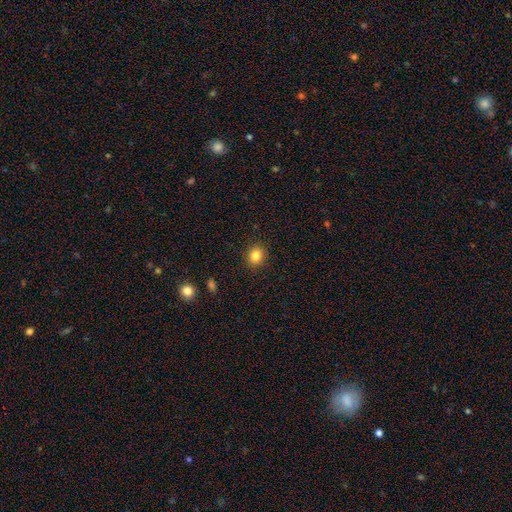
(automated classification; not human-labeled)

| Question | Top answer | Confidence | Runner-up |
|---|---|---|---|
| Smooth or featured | smooth | 83% | star or artifact (11%) |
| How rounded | round | 69% | in between (30%) |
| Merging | none | 90% | minor disturbance (7%) |